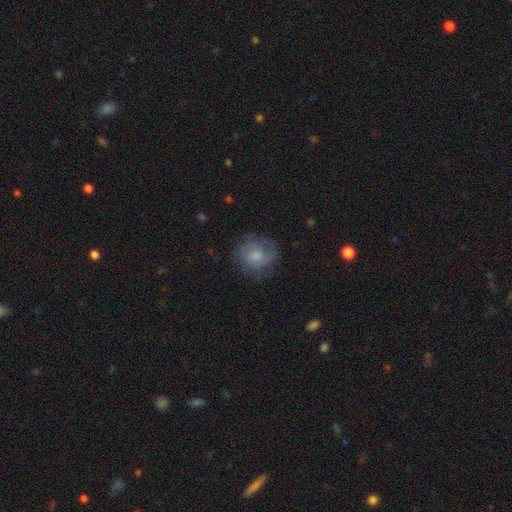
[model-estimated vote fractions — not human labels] Q: Smooth or featured?
A: smooth (61%); runner-up: featured or disk (31%)
Q: How rounded?
A: round (85%); runner-up: in between (14%)
Q: Merging?
A: none (69%); runner-up: minor disturbance (20%)